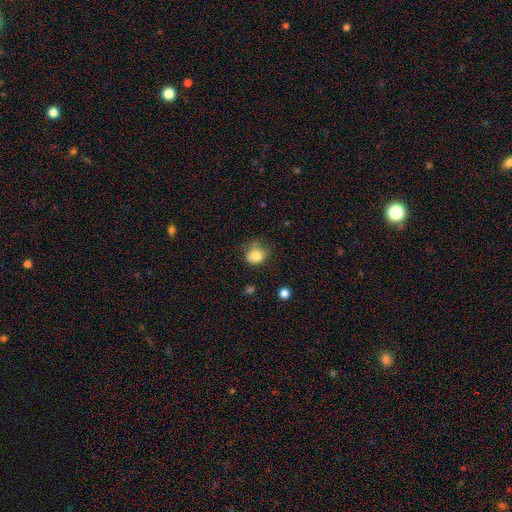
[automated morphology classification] Smooth or featured? smooth (83%)
How rounded? round (72%)
Merging? none (52%)